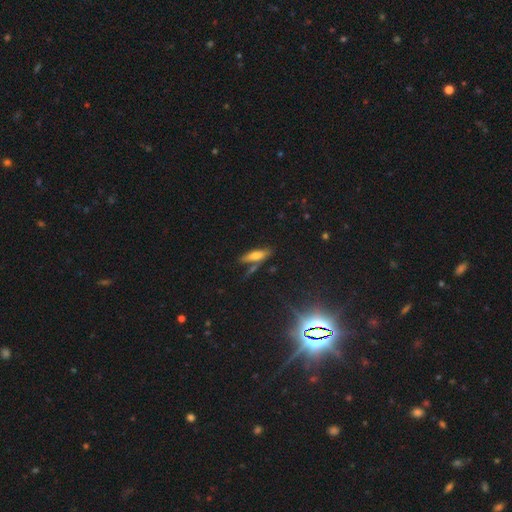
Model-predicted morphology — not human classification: Smooth or featured?
  - smooth: 58% *
  - featured or disk: 32%
  - star or artifact: 11%
How rounded?
  - cigar-shaped: 63% *
  - in between: 34%
  - round: 3%
Merging?
  - none: 66% *
  - minor disturbance: 17%
  - merger: 12%
  - major disturbance: 6%